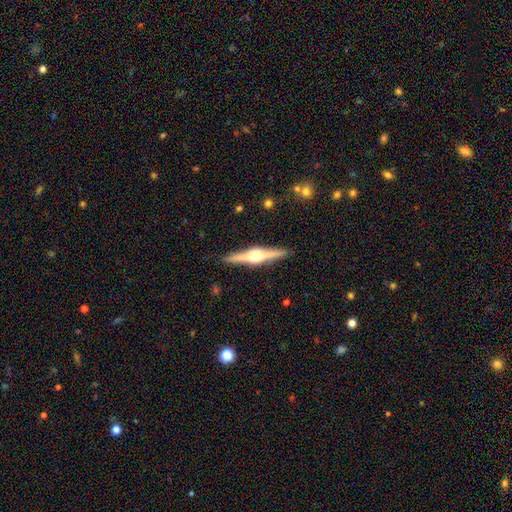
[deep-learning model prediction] smooth_or_featured: featured or disk (p=0.80) [alt: smooth p=0.14]
disk_edge_on: yes (p=0.98) [alt: no p=0.02]
edge_on_bulge: rounded (p=0.93) [alt: boxy p=0.05]
merging: none (p=0.91) [alt: minor disturbance p=0.07]